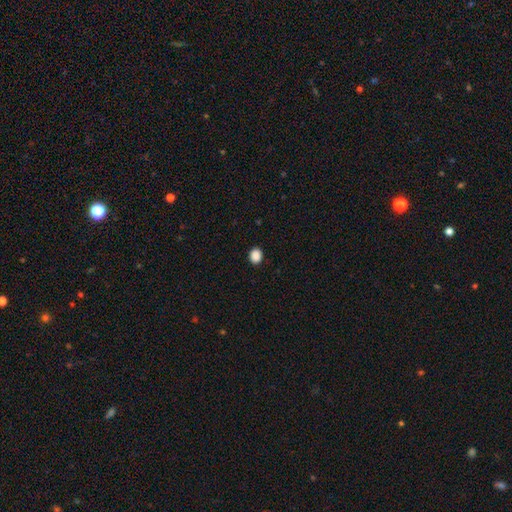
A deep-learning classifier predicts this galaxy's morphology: This is clearly a smooth galaxy (89%). How rounded: possibly round (59%). Merging: clearly none (91%).